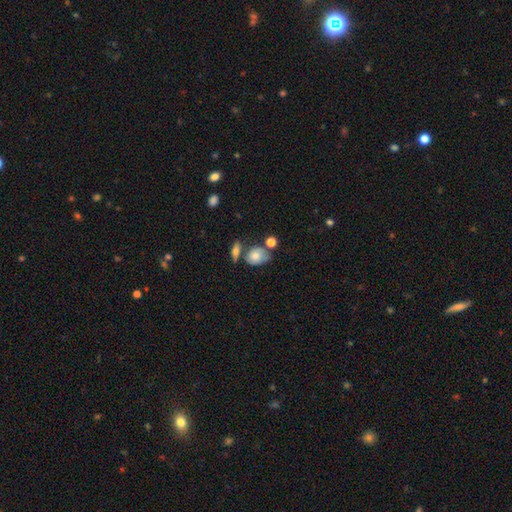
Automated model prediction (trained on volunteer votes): Smooth or featured? smooth (73%)
How rounded? in between (59%)
Merging? none (45%)